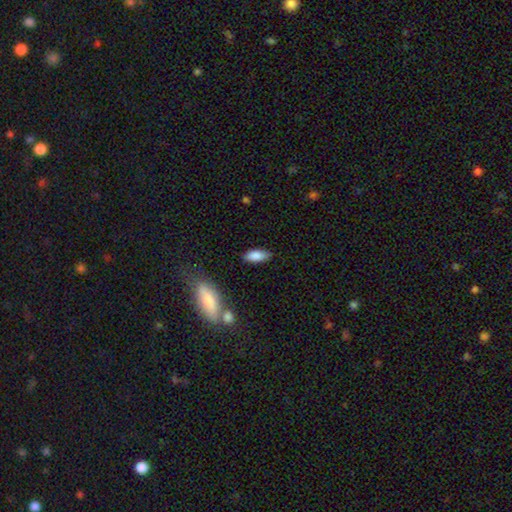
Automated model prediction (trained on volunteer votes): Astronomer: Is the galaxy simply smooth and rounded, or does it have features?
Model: smooth — 85%.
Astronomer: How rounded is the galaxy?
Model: in between — 79%.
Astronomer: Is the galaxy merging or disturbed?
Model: none — 80%.